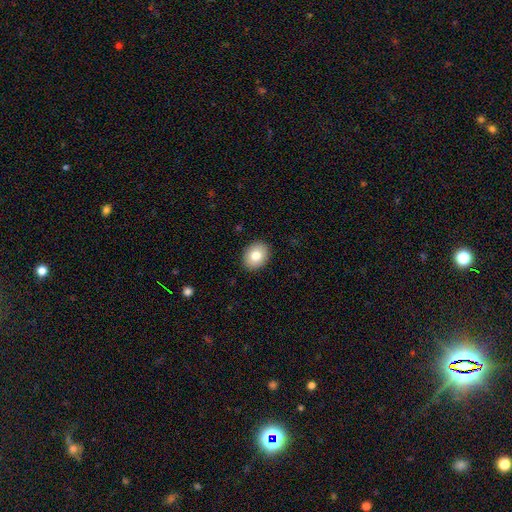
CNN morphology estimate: Smooth or featured: smooth — 81% (featured or disk — 11%)
How rounded: in between — 56% (round — 43%)
Merging: none — 90% (minor disturbance — 7%)